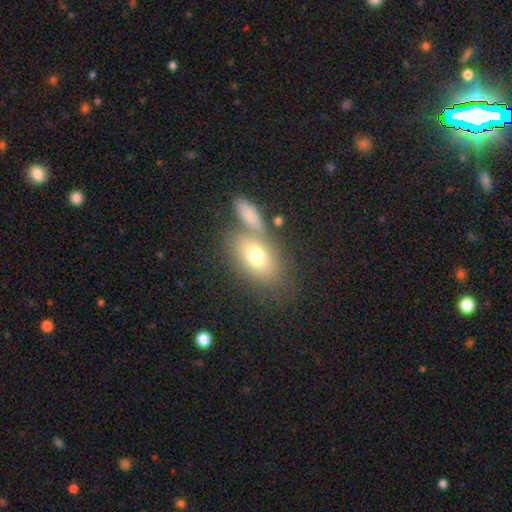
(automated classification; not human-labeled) smooth_or_featured: smooth (p=0.71) [alt: featured or disk p=0.20]
how_rounded: in between (p=0.84) [alt: round p=0.11]
merging: none (p=0.52) [alt: merger p=0.30]